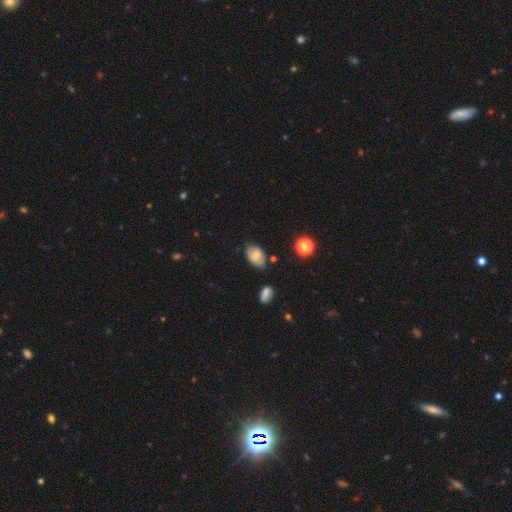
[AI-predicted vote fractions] smooth 56%, featured or disk 34%, star or artifact 10%. Down the decision tree: how rounded — in between (87%); merging — none (72%).